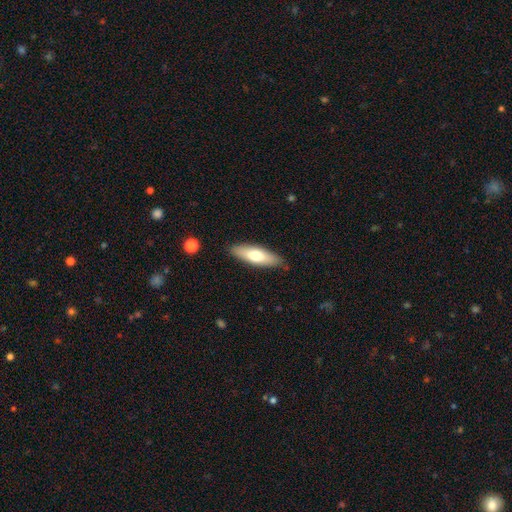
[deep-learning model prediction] A smooth galaxy with no disk features (66%) that is in between round and cigar-shaped (50%). Merging: none (85%).